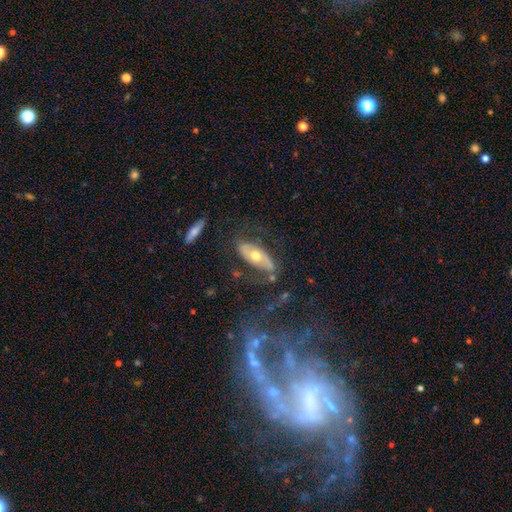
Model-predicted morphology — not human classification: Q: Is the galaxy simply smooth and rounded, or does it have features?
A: featured or disk — 62%.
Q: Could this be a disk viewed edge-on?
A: no — 79%.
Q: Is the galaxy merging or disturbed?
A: none — 65%.